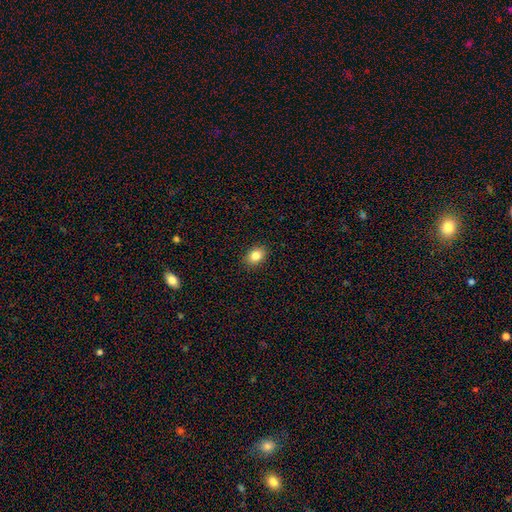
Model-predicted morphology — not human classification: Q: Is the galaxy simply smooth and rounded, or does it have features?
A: smooth — 84%.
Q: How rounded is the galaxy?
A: in between — 65%.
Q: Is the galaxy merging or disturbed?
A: none — 90%.